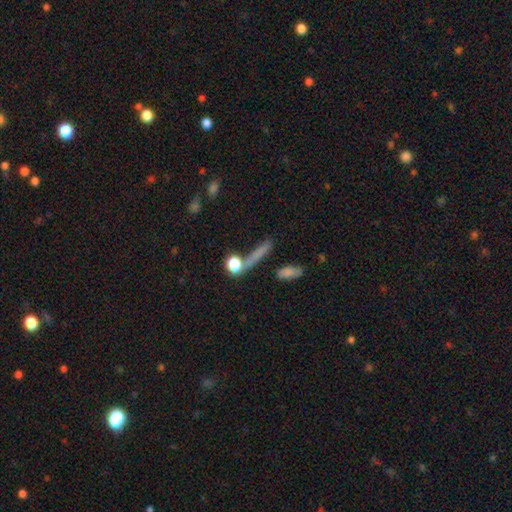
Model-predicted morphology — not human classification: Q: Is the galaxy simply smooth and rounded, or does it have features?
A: smooth — 62%.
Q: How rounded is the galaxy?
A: cigar-shaped — 44%.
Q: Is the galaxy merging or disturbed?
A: none — 62%.